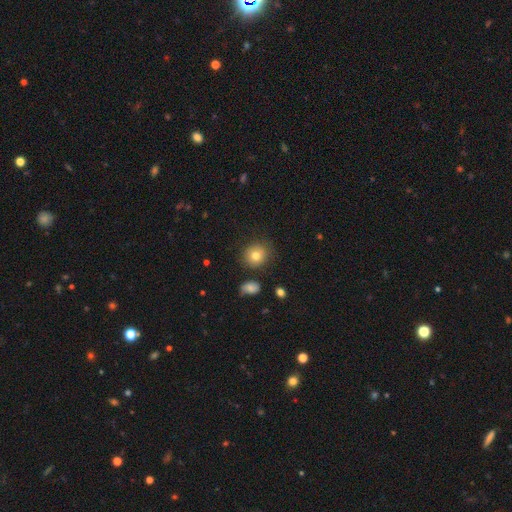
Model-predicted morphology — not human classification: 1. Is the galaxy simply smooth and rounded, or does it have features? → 79% smooth, 11% star or artifact, 10% featured or disk.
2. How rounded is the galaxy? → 81% round, 18% in between, 1% cigar-shaped.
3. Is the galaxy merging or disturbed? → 81% none, 12% minor disturbance, 4% major disturbance, 3% merger.